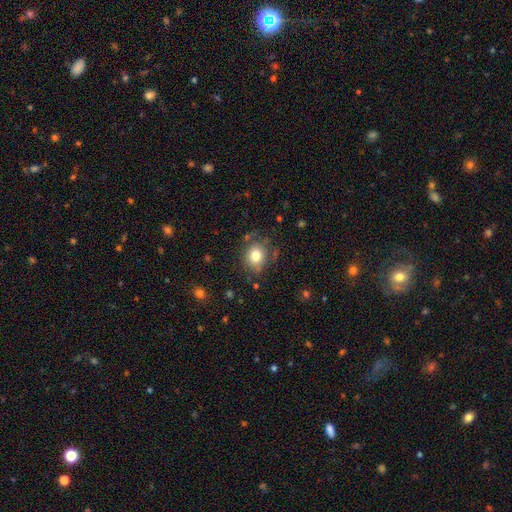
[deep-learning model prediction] smooth 79%, star or artifact 11%, featured or disk 11%. Down the decision tree: how rounded — round (68%); merging — none (75%).